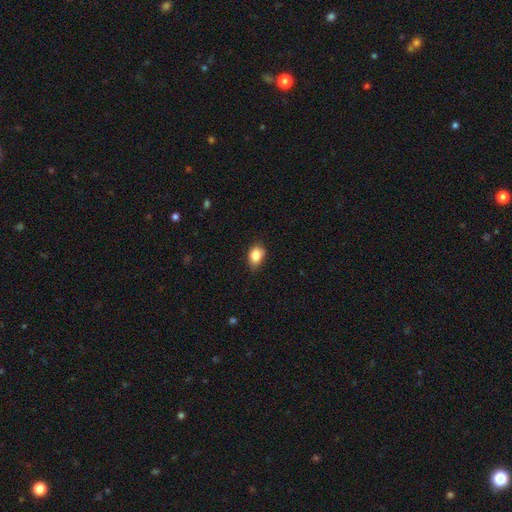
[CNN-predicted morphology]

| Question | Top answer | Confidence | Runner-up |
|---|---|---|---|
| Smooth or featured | smooth | 85% | star or artifact (9%) |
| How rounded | in between | 73% | round (26%) |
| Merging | none | 70% | minor disturbance (25%) |